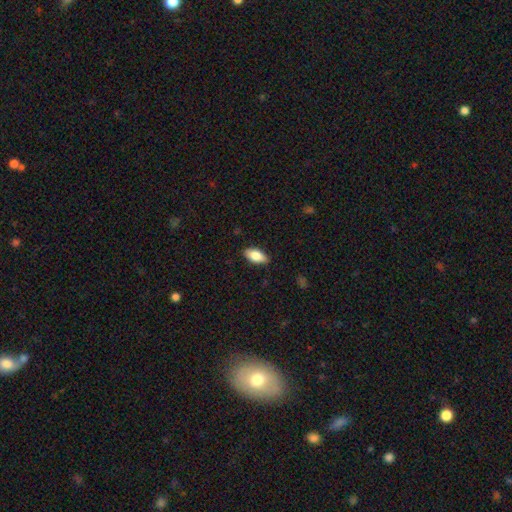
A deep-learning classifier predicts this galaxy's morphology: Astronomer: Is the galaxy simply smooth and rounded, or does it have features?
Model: smooth — 81%.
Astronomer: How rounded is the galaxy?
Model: in between — 90%.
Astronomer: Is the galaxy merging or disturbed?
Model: none — 87%.